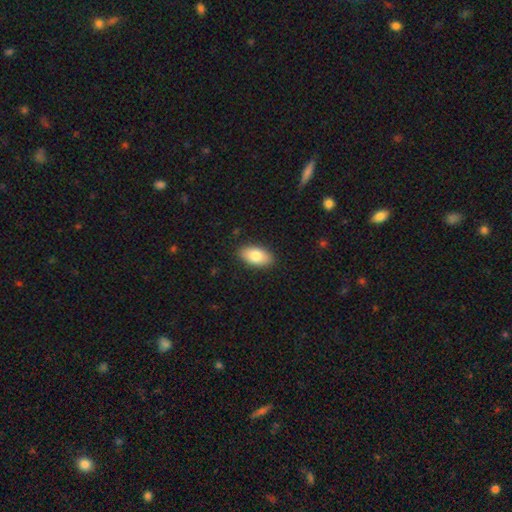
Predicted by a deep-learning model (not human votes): Smooth or featured? smooth (82%)
How rounded? in between (94%)
Merging? none (89%)